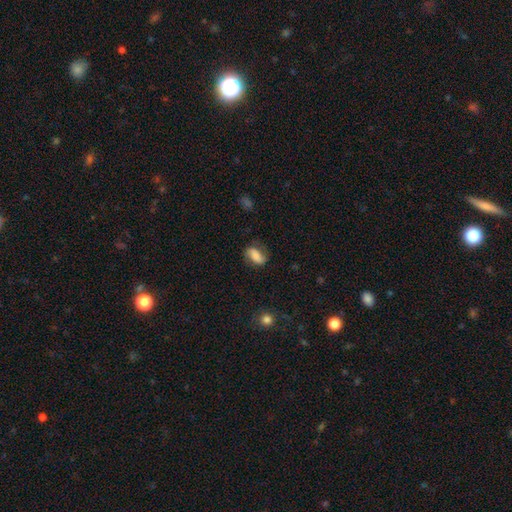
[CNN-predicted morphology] Smooth or featured? Predicted: smooth (p=0.62). How rounded? Predicted: in between (p=0.85). Merging? Predicted: none (p=0.70).